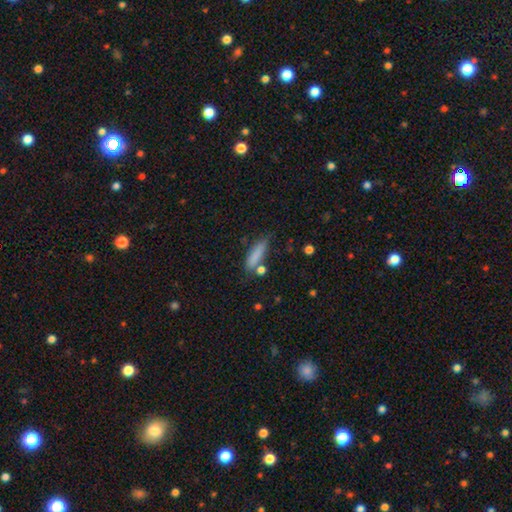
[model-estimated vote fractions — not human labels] Q: Smooth or featured?
A: smooth (82%); runner-up: featured or disk (10%)
Q: How rounded?
A: cigar-shaped (65%); runner-up: in between (32%)
Q: Merging?
A: none (66%); runner-up: minor disturbance (19%)